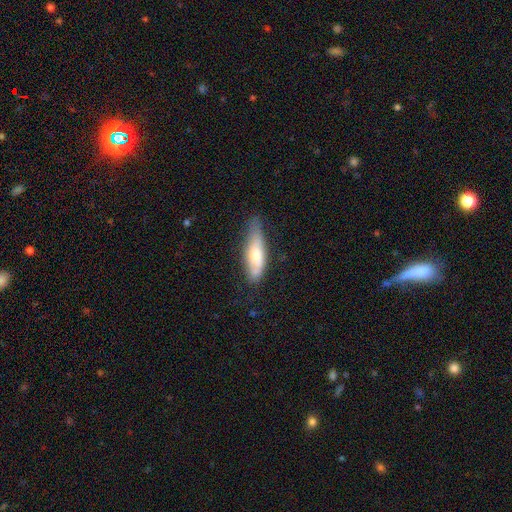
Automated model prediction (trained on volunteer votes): This is likely a smooth galaxy (65%). How rounded: possibly cigar-shaped (51%). Merging: possibly none (48%).